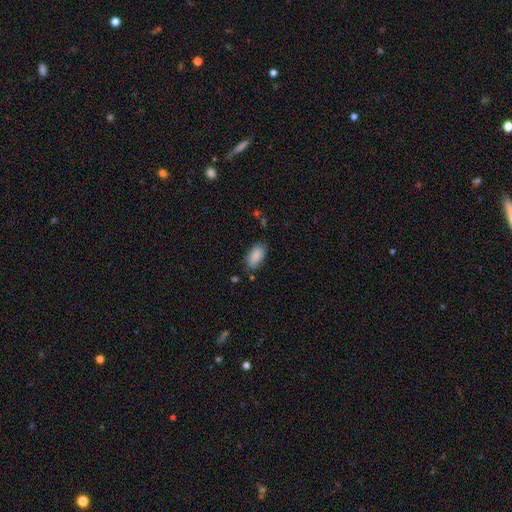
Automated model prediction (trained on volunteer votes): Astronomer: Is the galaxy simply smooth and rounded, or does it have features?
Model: smooth — 88%.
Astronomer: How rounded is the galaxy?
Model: in between — 92%.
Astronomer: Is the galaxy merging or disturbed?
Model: none — 77%.